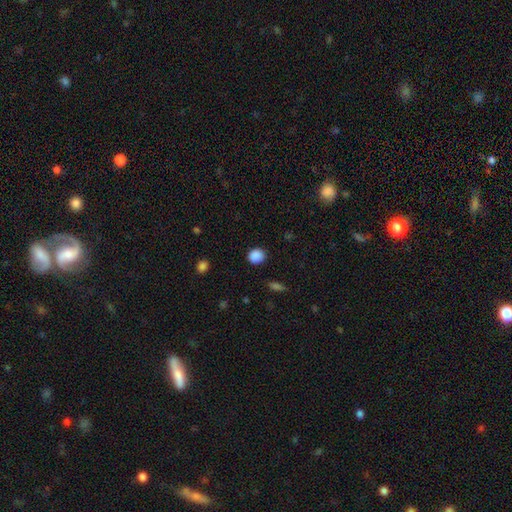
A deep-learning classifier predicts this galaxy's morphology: A smooth galaxy with no disk features (88%) that is round (81%). Merging: none (88%).